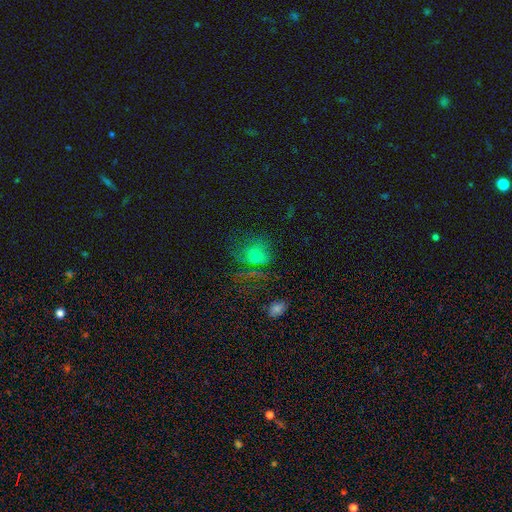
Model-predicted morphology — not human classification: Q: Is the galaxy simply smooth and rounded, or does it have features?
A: smooth — 52%.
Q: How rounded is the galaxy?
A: round — 63%.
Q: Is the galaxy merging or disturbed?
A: none — 46%.